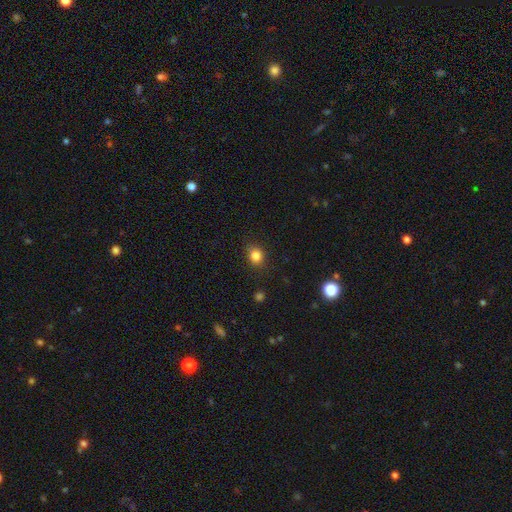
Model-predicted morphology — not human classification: Smooth or featured: smooth — 83% (star or artifact — 12%)
How rounded: round — 70% (in between — 29%)
Merging: none — 85% (minor disturbance — 11%)